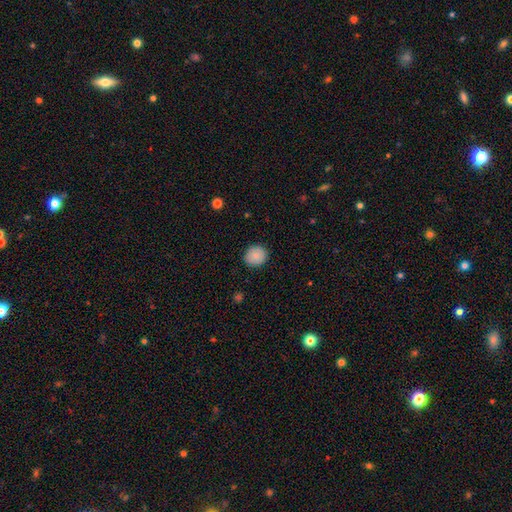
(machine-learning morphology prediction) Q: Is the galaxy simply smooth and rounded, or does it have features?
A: smooth — 84%.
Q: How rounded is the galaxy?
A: round — 86%.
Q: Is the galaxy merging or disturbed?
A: none — 89%.